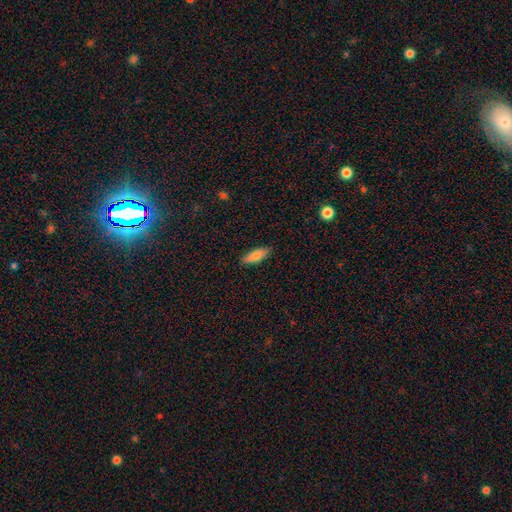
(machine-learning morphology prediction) This appears to be a smooth galaxy with no disk features (82%) that is in between round and cigar-shaped (66%). Merging: none (88%).